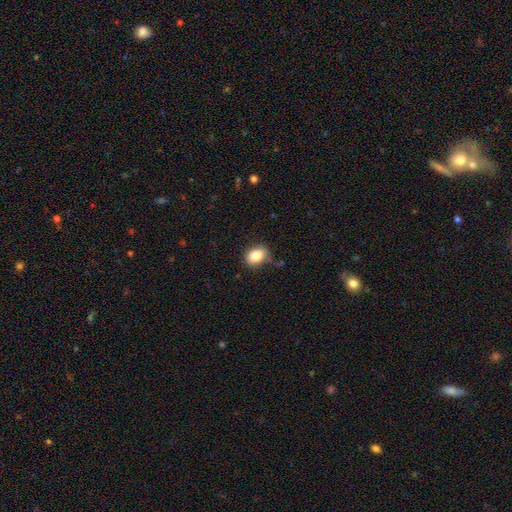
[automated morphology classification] This appears to be a smooth galaxy with no disk features (85%) that is in between round and cigar-shaped (73%). Merging: none (77%).